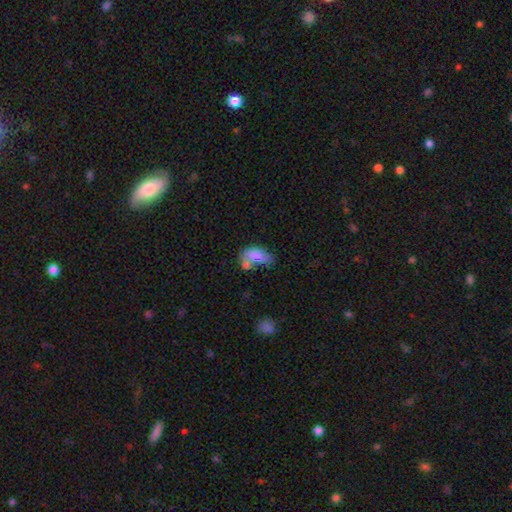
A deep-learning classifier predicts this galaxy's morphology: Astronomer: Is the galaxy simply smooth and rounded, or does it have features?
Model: smooth — 73%.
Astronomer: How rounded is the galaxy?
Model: in between — 90%.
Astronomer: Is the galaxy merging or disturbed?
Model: merger — 41% (runner-up: none, 24%).